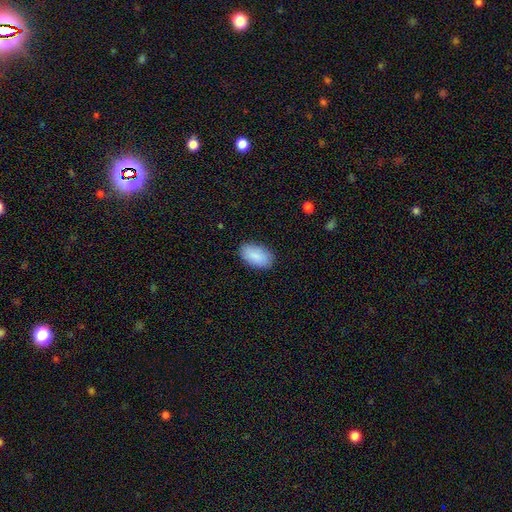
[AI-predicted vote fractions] The model was most divided on "merging": none: 86%, minor disturbance: 11%, major disturbance: 2%, merger: 1%. More confident: how rounded — in between (95%); smooth or featured — smooth (89%).